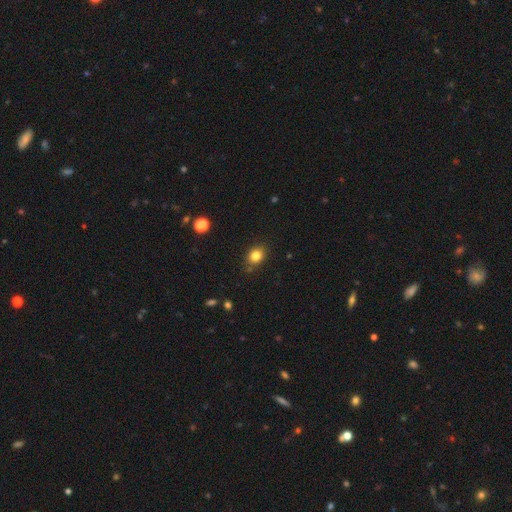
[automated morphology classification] This is clearly a smooth galaxy (82%). How rounded: possibly round (52%). Merging: clearly none (82%).